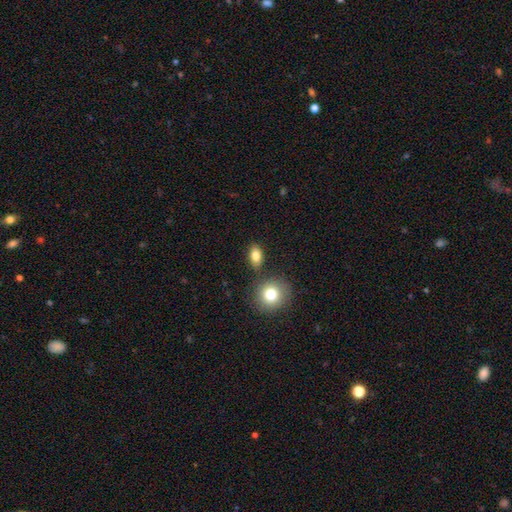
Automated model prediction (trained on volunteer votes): The model was most divided on "how rounded": in between: 78%, round: 18%, cigar-shaped: 4%. More confident: merging — none (81%); smooth or featured — smooth (80%).